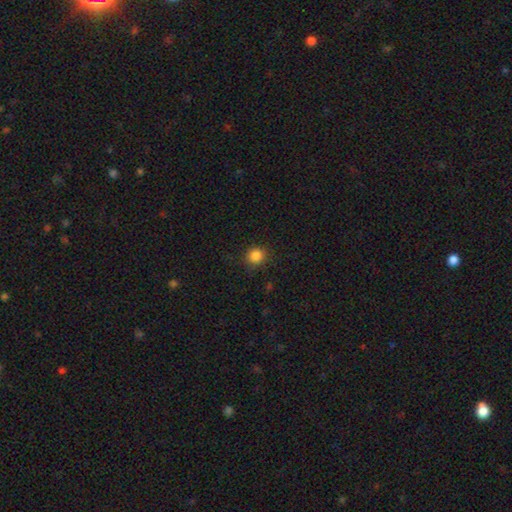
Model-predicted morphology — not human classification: Q: Smooth or featured?
A: smooth (85%); runner-up: star or artifact (11%)
Q: How rounded?
A: round (90%); runner-up: in between (9%)
Q: Merging?
A: none (88%); runner-up: minor disturbance (9%)